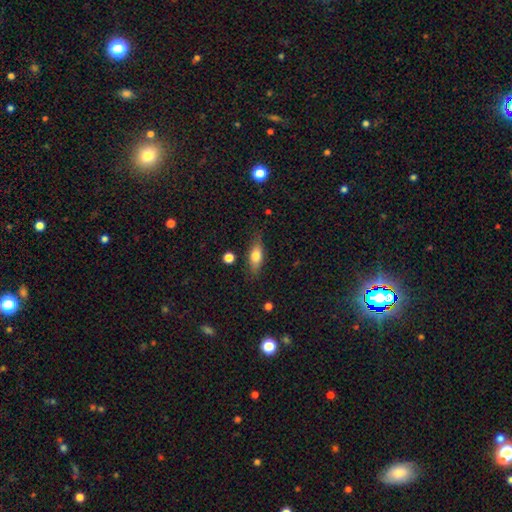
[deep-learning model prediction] Smooth or featured? Predicted: smooth (p=0.67). How rounded? Predicted: in between (p=0.65). Merging? Predicted: none (p=0.79).